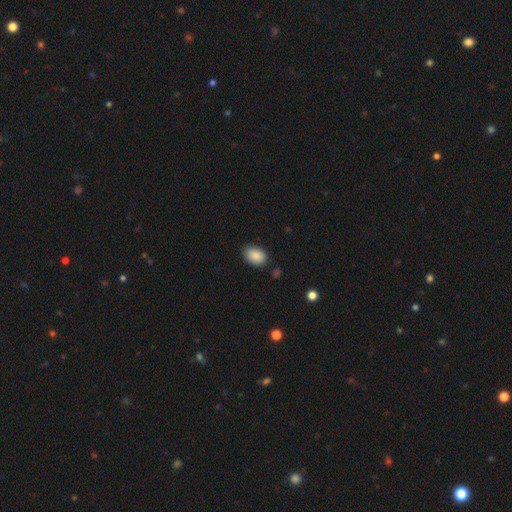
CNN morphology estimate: Q: Smooth or featured?
A: smooth (89%); runner-up: star or artifact (8%)
Q: How rounded?
A: in between (87%); runner-up: round (12%)
Q: Merging?
A: none (79%); runner-up: minor disturbance (17%)